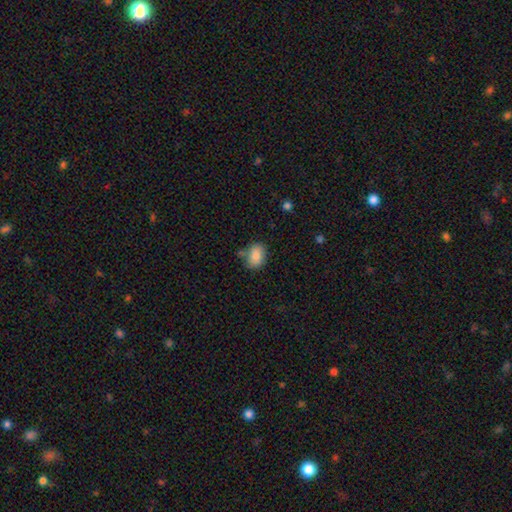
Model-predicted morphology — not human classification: This appears to be a smooth galaxy with no disk features (85%) that is in between round and cigar-shaped (77%). Merging: none (68%).